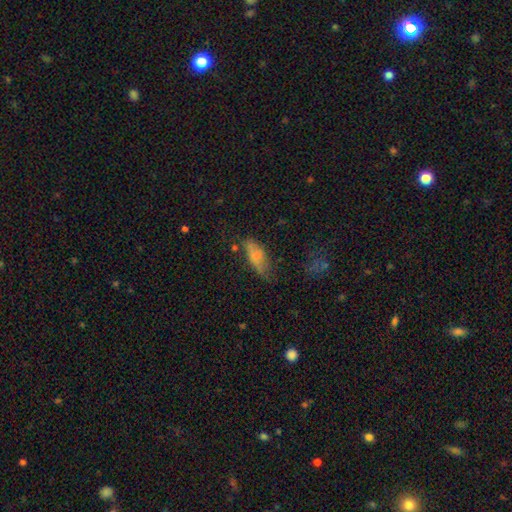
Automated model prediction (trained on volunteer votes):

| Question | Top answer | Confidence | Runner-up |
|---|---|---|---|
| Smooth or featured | smooth | 72% | featured or disk (19%) |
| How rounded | in between | 70% | cigar-shaped (27%) |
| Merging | none | 50% | minor disturbance (30%) |